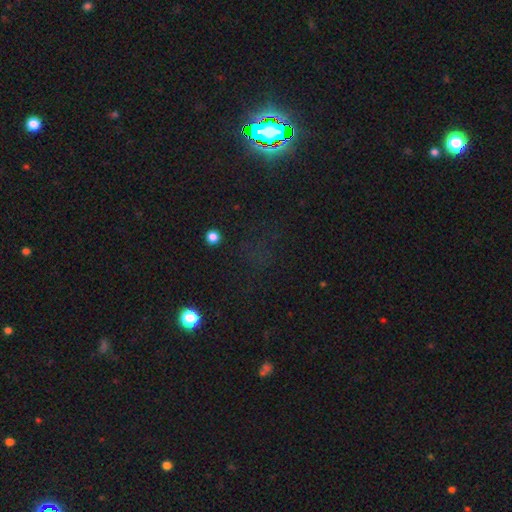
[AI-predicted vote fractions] Overall: star or artifact (75%).